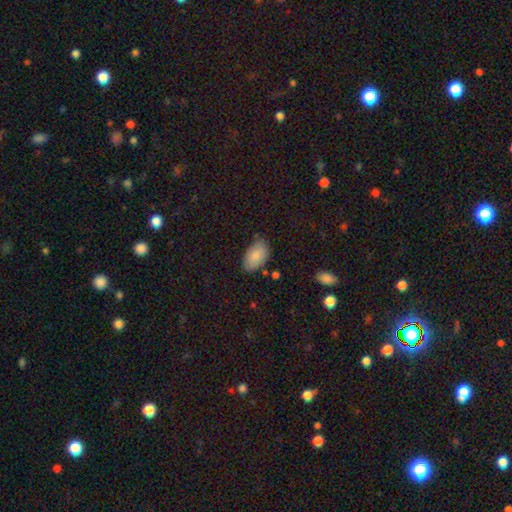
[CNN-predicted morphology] Smooth or featured?
  - smooth: 87% *
  - featured or disk: 7%
  - star or artifact: 7%
How rounded?
  - in between: 95% *
  - round: 4%
  - cigar-shaped: 2%
Merging?
  - none: 77% *
  - minor disturbance: 17%
  - major disturbance: 3%
  - merger: 3%